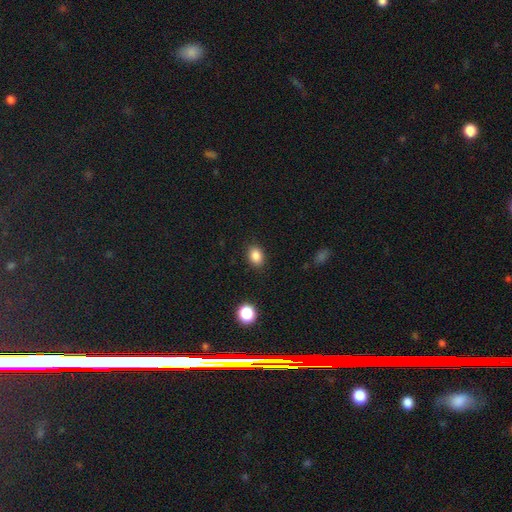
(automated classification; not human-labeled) A smooth galaxy with no disk features (85%) that is in between round and cigar-shaped (64%).

Vote fractions:
- Smooth or featured? smooth: 85% / star or artifact: 11% / featured or disk: 4%
- How rounded? in between: 64% / round: 35% / cigar-shaped: 1%
- Merging? none: 87% / minor disturbance: 9% / major disturbance: 3% / merger: 1%